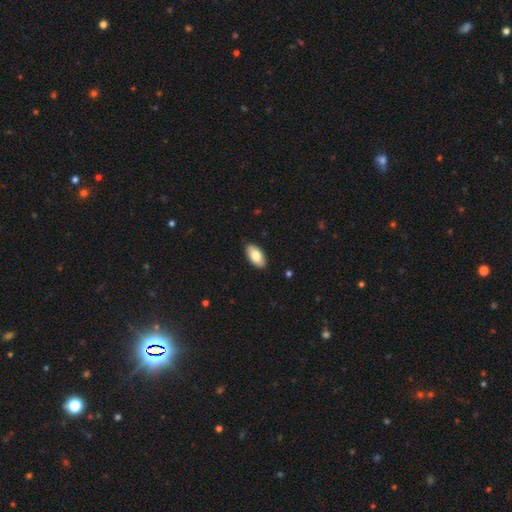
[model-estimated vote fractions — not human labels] smooth_or_featured: smooth (p=0.84) [alt: featured or disk p=0.10]
how_rounded: in between (p=0.93) [alt: cigar-shaped p=0.05]
merging: none (p=0.89) [alt: minor disturbance p=0.09]